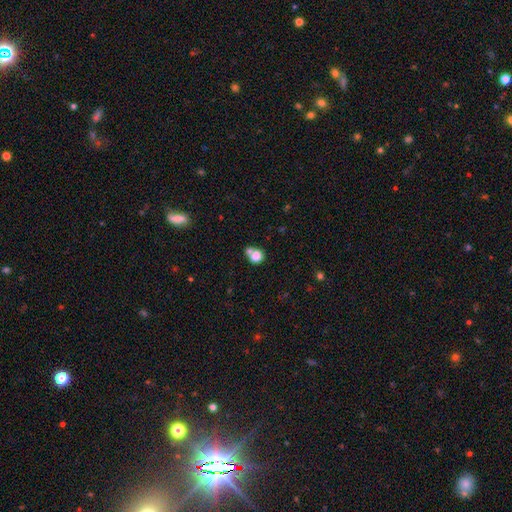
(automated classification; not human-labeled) Smooth or featured: smooth — 78% (star or artifact — 12%)
How rounded: round — 71% (in between — 28%)
Merging: merger — 46% (none — 41%)